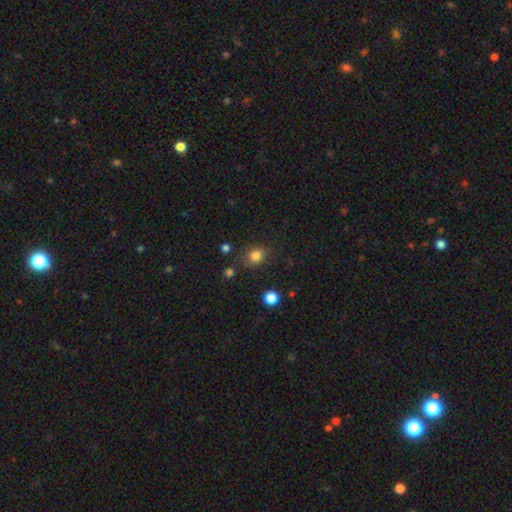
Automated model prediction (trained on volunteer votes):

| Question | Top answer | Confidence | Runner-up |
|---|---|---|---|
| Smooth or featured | smooth | 81% | star or artifact (13%) |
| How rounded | round | 59% | in between (40%) |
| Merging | none | 77% | minor disturbance (15%) |